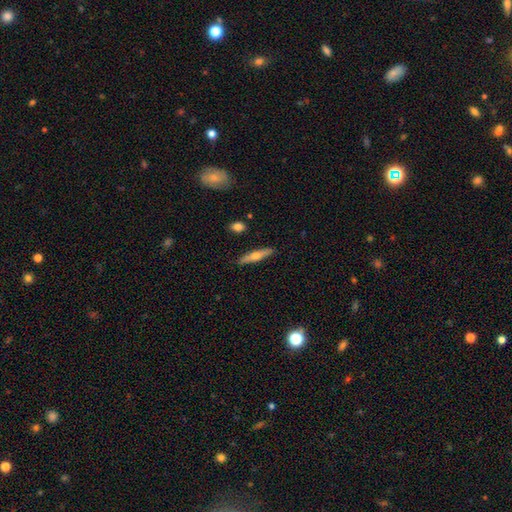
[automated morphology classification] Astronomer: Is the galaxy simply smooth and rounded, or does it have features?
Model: featured or disk — 48% (runner-up: smooth, 46%).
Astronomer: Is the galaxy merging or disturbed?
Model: none — 89%.